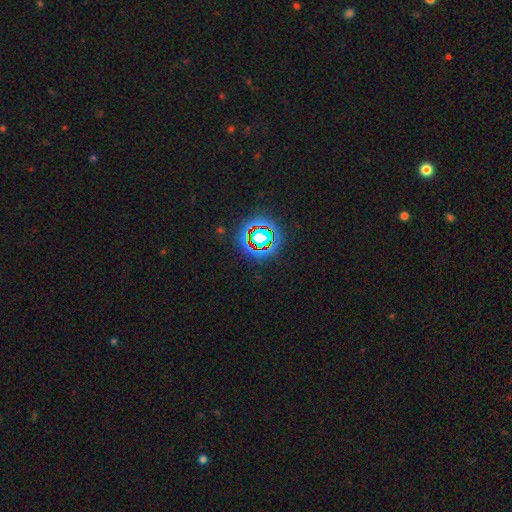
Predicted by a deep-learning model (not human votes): Smooth or featured: star or artifact — 77% (smooth — 15%)